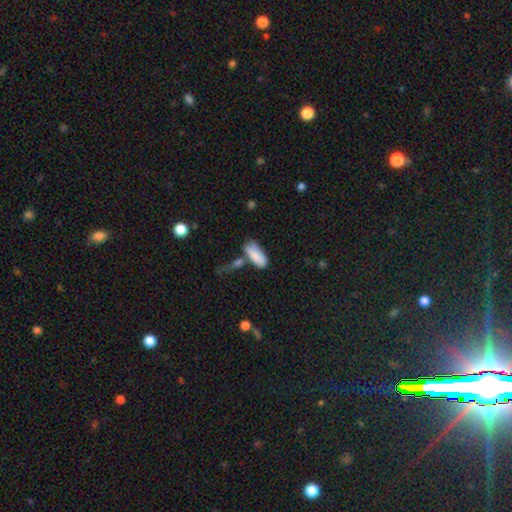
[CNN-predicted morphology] Overall: smooth (83%). How rounded: in between (83%). Merging: none (44%; minor disturbance 23%).